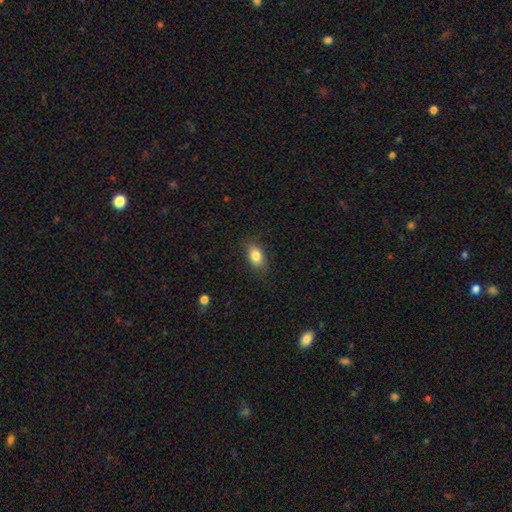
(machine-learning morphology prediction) The model was most divided on "merging": none: 81%, minor disturbance: 14%, major disturbance: 4%, merger: 1%. More confident: how rounded — in between (86%); smooth or featured — smooth (84%).